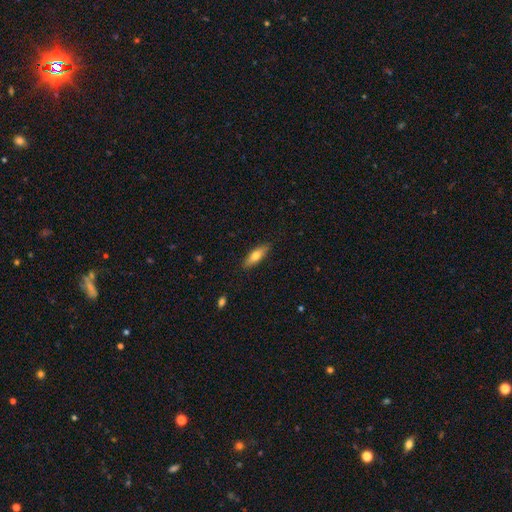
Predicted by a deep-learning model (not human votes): smooth_or_featured: smooth (p=0.66) [alt: featured or disk p=0.27]
how_rounded: in between (p=0.50) [alt: cigar-shaped p=0.48]
merging: none (p=0.87) [alt: minor disturbance p=0.10]